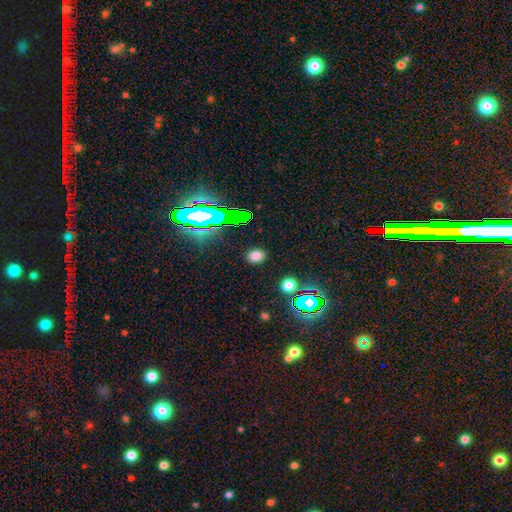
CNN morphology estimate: A smooth galaxy with no disk features (75%) that is in between round and cigar-shaped (57%). Merging: none (88%).